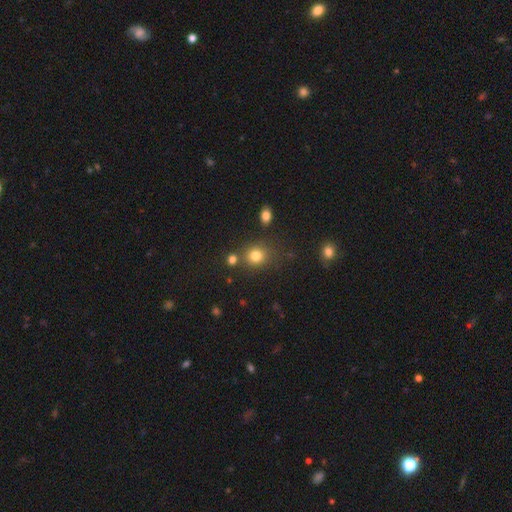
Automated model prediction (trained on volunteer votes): The model was most divided on "how rounded": round: 77%, in between: 22%, cigar-shaped: 1%. More confident: smooth or featured — smooth (79%); merging — none (72%).